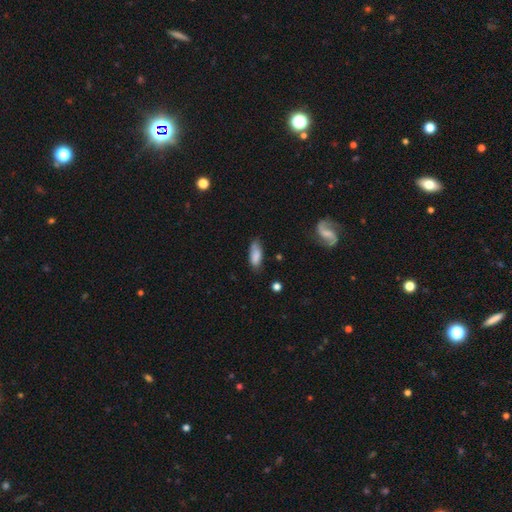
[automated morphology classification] Q: Smooth or featured?
A: smooth (80%); runner-up: featured or disk (12%)
Q: How rounded?
A: in between (74%); runner-up: cigar-shaped (24%)
Q: Merging?
A: none (62%); runner-up: minor disturbance (29%)